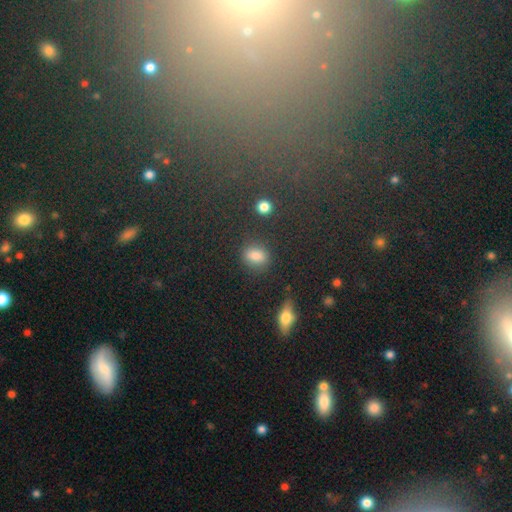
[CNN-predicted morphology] smooth 81%, star or artifact 12%, featured or disk 6%. Down the decision tree: how rounded — in between (62%); merging — none (76%).